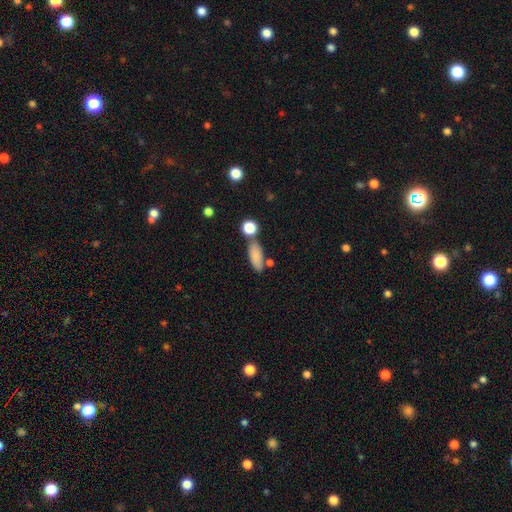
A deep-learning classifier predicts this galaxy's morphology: type=smooth (84%); roundness=in between (73%); merging=none (66%).